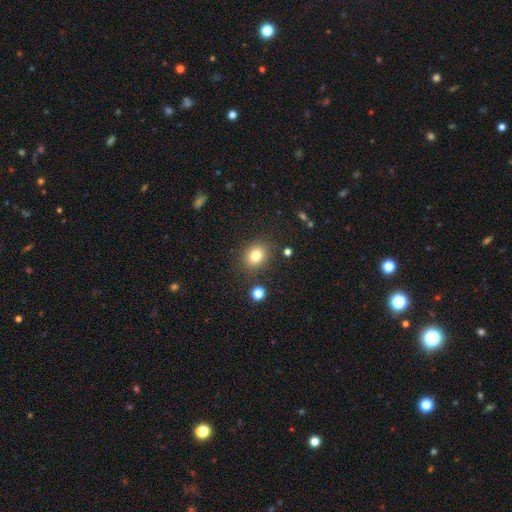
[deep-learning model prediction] smooth_or_featured: smooth (p=0.79) [alt: star or artifact p=0.12]
how_rounded: round (p=0.60) [alt: in between p=0.39]
merging: none (p=0.84) [alt: minor disturbance p=0.09]